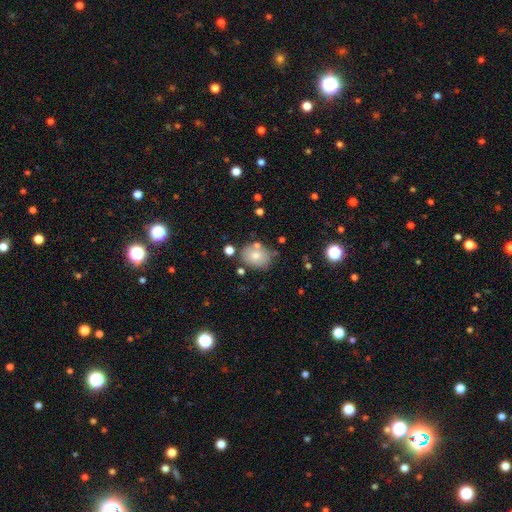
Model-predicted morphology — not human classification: smooth 74%, featured or disk 16%, star or artifact 10%. Down the decision tree: how rounded — in between (51%); merging — none (73%).